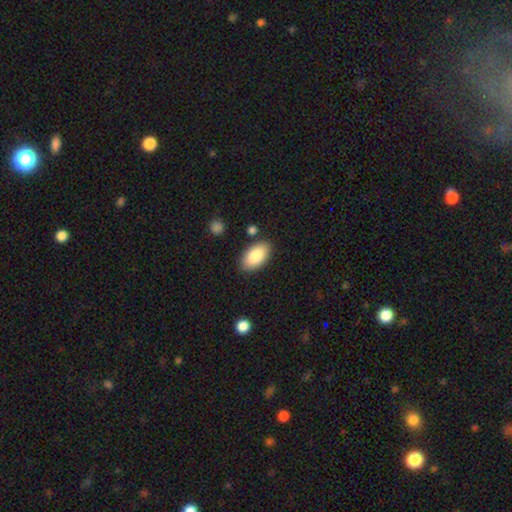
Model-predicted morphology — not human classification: Smooth or featured: smooth — 85% (featured or disk — 9%)
How rounded: in between — 95% (round — 3%)
Merging: none — 85% (minor disturbance — 10%)